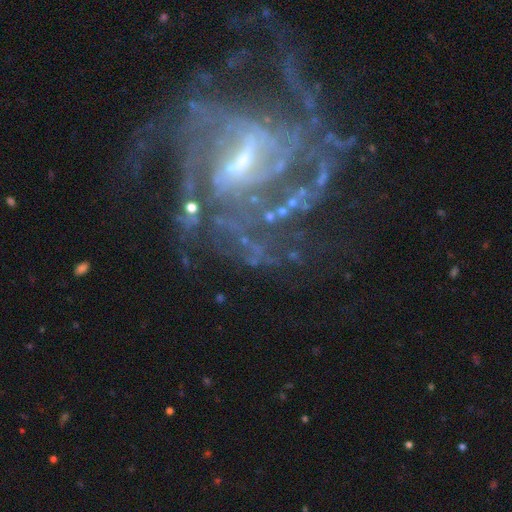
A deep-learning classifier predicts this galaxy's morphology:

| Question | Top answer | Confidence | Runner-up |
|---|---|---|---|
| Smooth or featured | featured or disk | 88% | star or artifact (8%) |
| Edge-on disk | no | 98% | yes (2%) |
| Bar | weak | 50% | strong (34%) |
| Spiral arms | yes | 95% | no (5%) |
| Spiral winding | medium | 44% | tight (36%) |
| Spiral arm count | can't tell | 29% | 4 (19%) |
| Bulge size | small | 63% | moderate (26%) |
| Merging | none | 53% | major disturbance (28%) |